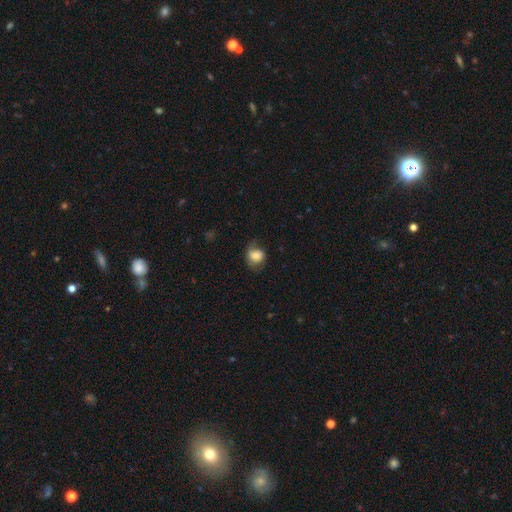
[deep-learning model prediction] Q: Smooth or featured?
A: smooth (74%); runner-up: featured or disk (17%)
Q: How rounded?
A: round (60%); runner-up: in between (39%)
Q: Merging?
A: none (50%); runner-up: minor disturbance (32%)